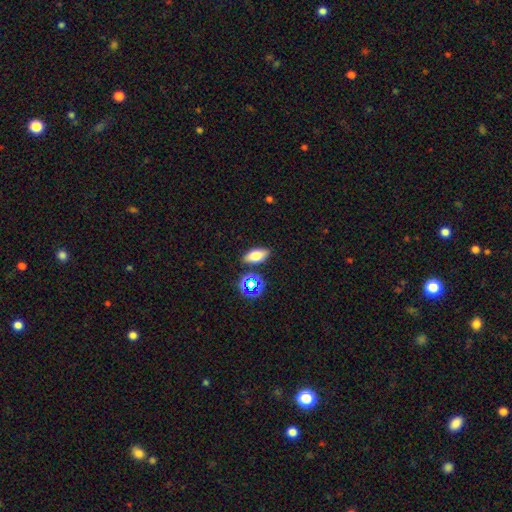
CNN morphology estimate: Q: Smooth or featured?
A: smooth (64%); runner-up: featured or disk (22%)
Q: How rounded?
A: in between (77%); runner-up: cigar-shaped (13%)
Q: Merging?
A: none (82%); runner-up: minor disturbance (10%)